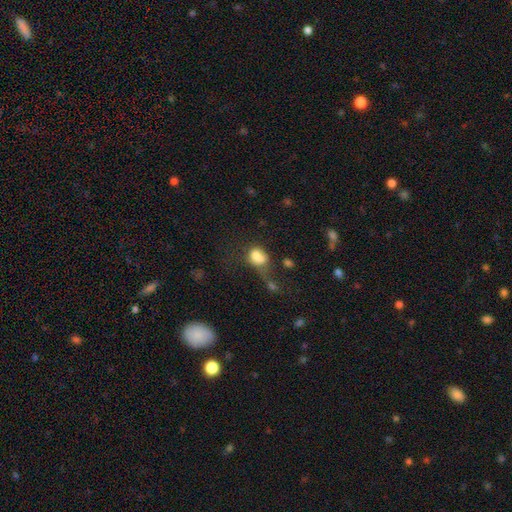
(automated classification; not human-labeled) Smooth or featured? smooth (76%)
How rounded? in between (66%)
Merging? major disturbance (31%)